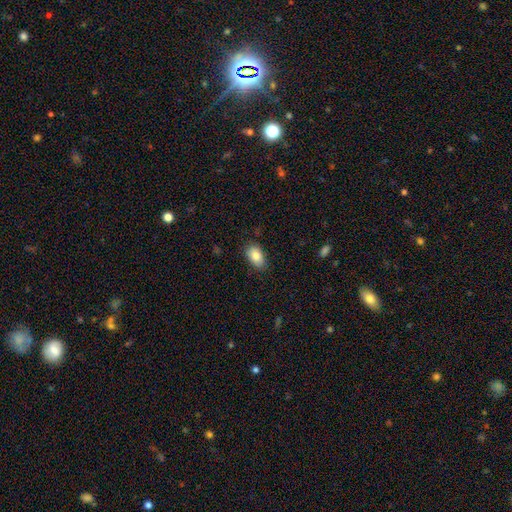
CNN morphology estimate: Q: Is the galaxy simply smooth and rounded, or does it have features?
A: smooth — 84%.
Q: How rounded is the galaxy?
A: in between — 91%.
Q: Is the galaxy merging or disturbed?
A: none — 81%.